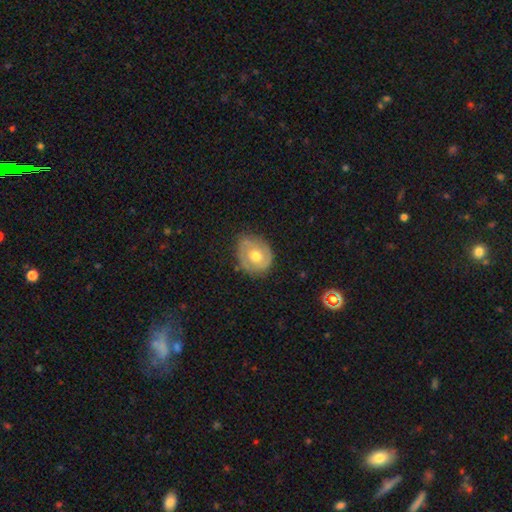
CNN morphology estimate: Overall: featured or disk (49%; smooth 45%). Merging: none (69%).